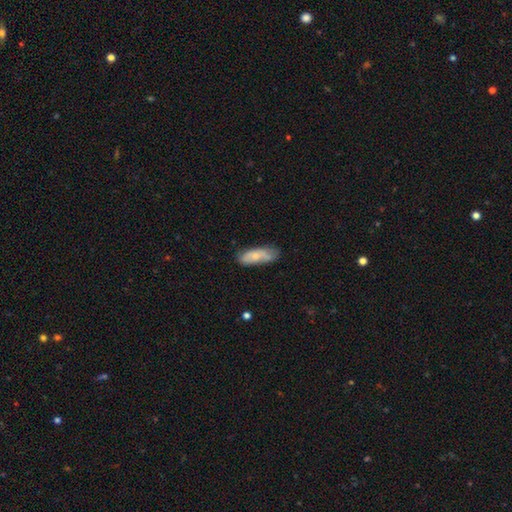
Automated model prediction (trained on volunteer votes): The model was most divided on "merging": none: 57%, minor disturbance: 31%, major disturbance: 9%, merger: 3%. More confident: how rounded — in between (70%); smooth or featured — smooth (64%).